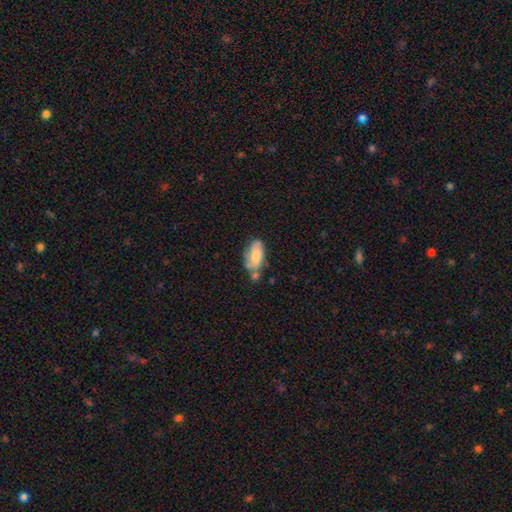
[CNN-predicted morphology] Smooth or featured? Predicted: smooth (p=0.71). How rounded? Predicted: in between (p=0.90). Merging? Predicted: none (p=0.49).